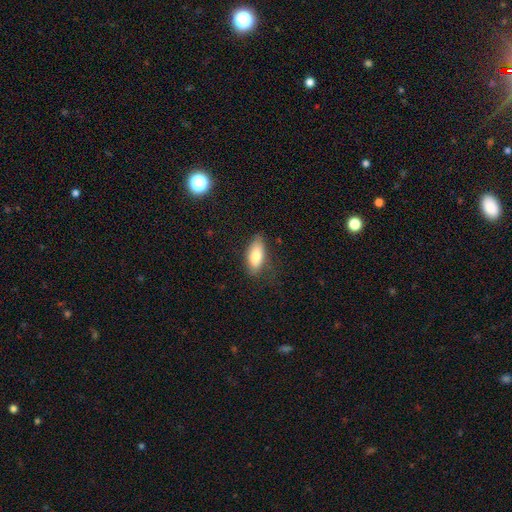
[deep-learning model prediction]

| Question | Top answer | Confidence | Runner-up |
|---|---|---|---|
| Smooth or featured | smooth | 78% | featured or disk (15%) |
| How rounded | in between | 83% | cigar-shaped (14%) |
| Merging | none | 72% | minor disturbance (21%) |